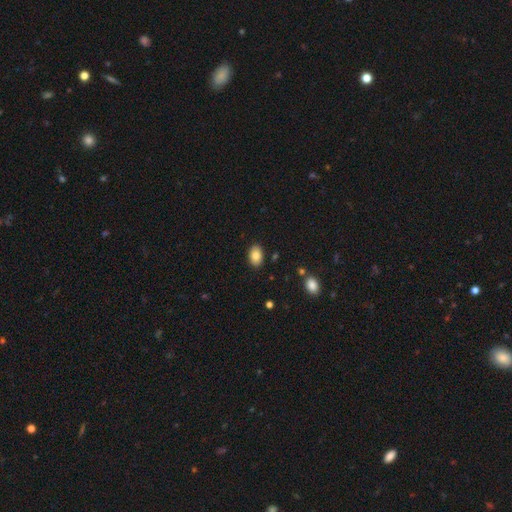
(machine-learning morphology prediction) Smooth or featured?
  - smooth: 85% *
  - star or artifact: 8%
  - featured or disk: 7%
How rounded?
  - in between: 87% *
  - round: 12%
  - cigar-shaped: 1%
Merging?
  - none: 87% *
  - minor disturbance: 9%
  - major disturbance: 2%
  - merger: 2%